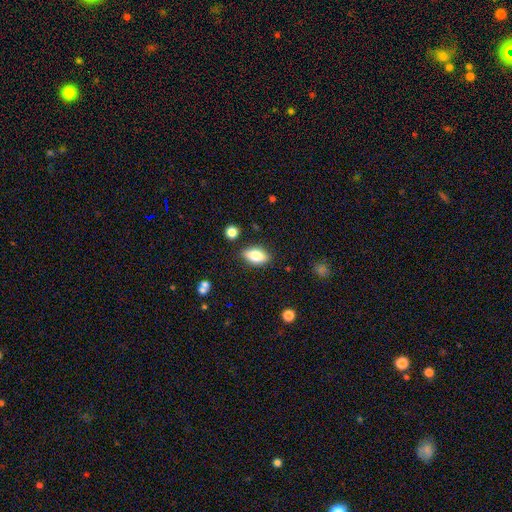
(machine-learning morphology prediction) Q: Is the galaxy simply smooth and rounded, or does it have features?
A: smooth — 79%.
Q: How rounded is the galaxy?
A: in between — 89%.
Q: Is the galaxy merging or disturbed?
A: none — 85%.